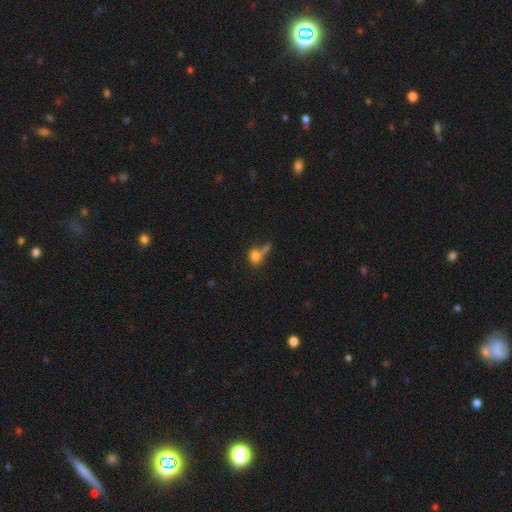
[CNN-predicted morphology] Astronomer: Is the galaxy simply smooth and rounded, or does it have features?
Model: smooth — 76%.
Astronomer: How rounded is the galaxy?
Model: in between — 50% (runner-up: round, 46%).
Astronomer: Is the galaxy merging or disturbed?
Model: none — 36% (runner-up: merger, 34%).